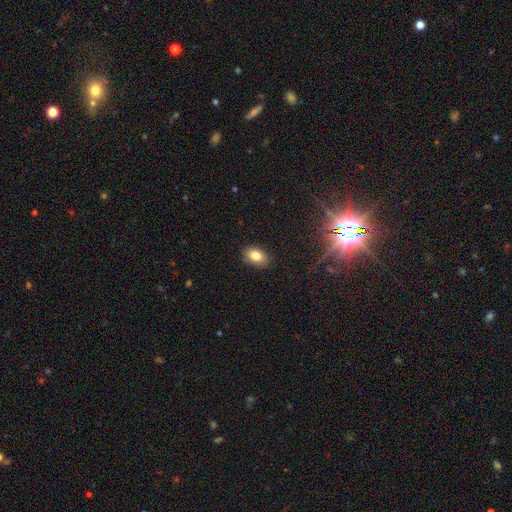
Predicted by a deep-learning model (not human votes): This appears to be a smooth galaxy with no disk features (81%) that is in between round and cigar-shaped (86%). Merging: none (87%).